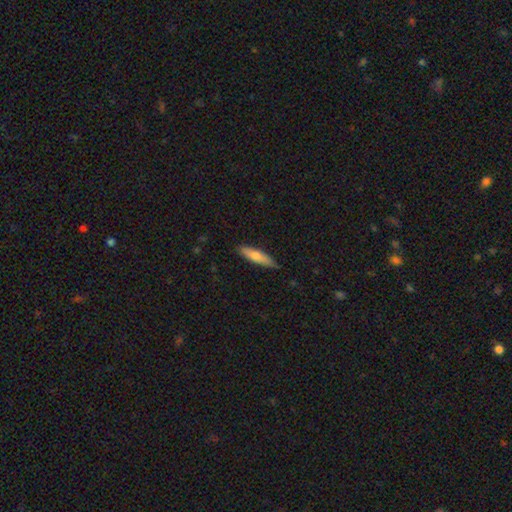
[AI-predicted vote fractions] Smooth or featured? smooth (66%)
How rounded? cigar-shaped (79%)
Merging? none (88%)